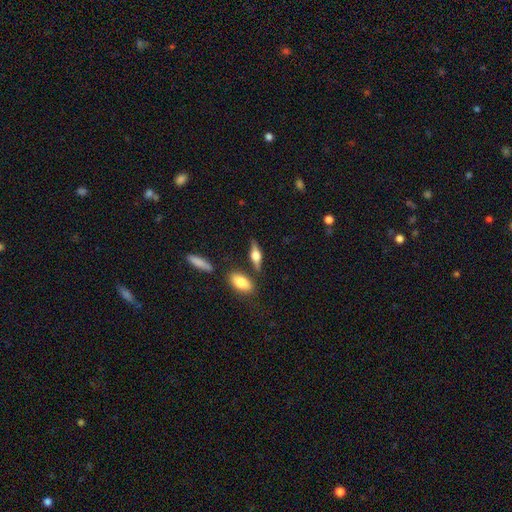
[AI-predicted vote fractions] Morphology: type=featured or disk (52%); edge-on=yes (93%); merging=none (75%).